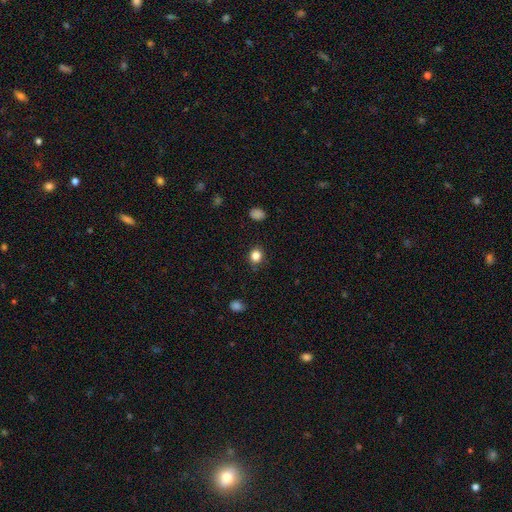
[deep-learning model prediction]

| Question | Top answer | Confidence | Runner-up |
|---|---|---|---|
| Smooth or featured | smooth | 84% | star or artifact (11%) |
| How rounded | round | 75% | in between (24%) |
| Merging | none | 88% | minor disturbance (9%) |